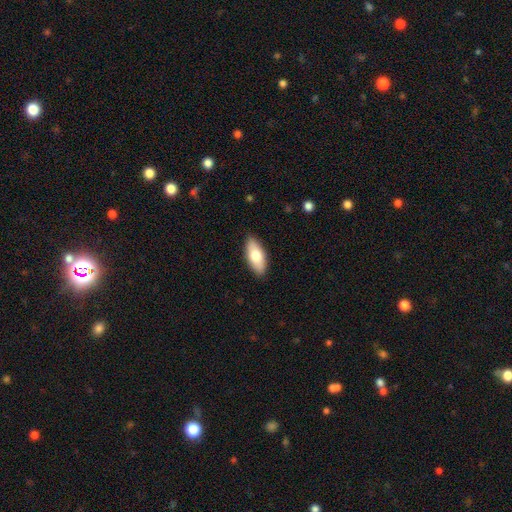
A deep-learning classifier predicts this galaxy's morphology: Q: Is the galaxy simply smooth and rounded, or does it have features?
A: smooth — 75%.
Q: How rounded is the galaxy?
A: in between — 85%.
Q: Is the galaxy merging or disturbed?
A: none — 88%.